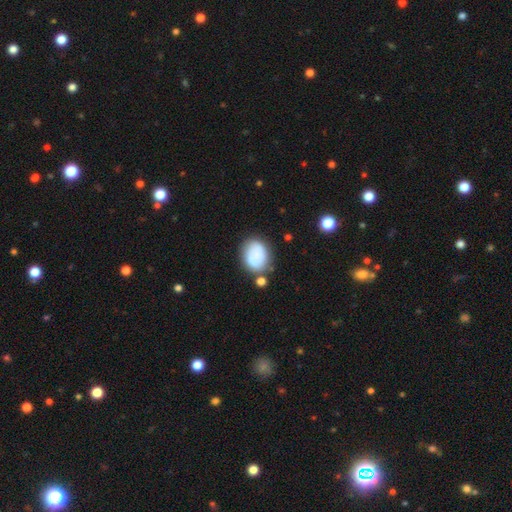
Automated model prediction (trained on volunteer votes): Q: Smooth or featured?
A: smooth (78%); runner-up: featured or disk (13%)
Q: How rounded?
A: in between (67%); runner-up: round (32%)
Q: Merging?
A: none (65%); runner-up: minor disturbance (19%)